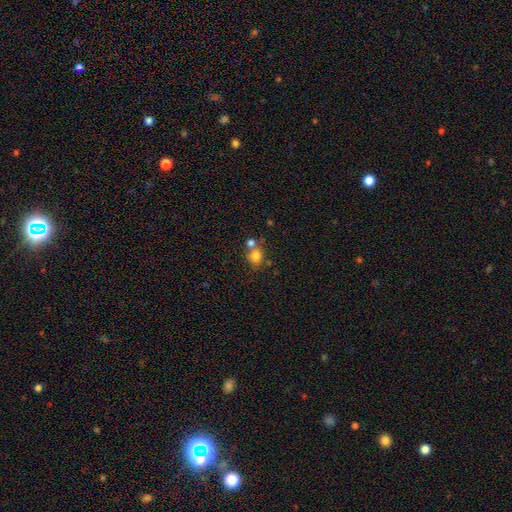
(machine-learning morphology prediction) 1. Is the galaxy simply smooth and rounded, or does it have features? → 78% smooth, 13% star or artifact, 9% featured or disk.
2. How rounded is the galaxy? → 76% round, 23% in between, 1% cigar-shaped.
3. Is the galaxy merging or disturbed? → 52% none, 35% merger, 9% minor disturbance, 4% major disturbance.